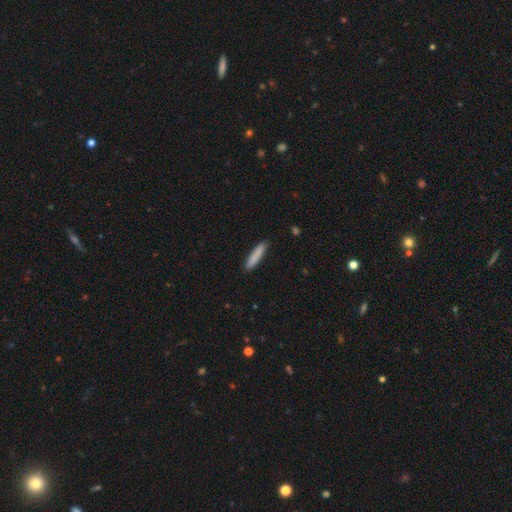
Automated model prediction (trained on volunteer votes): Smooth or featured: smooth — 85% (featured or disk — 9%)
How rounded: cigar-shaped — 89% (in between — 10%)
Merging: none — 89% (minor disturbance — 9%)